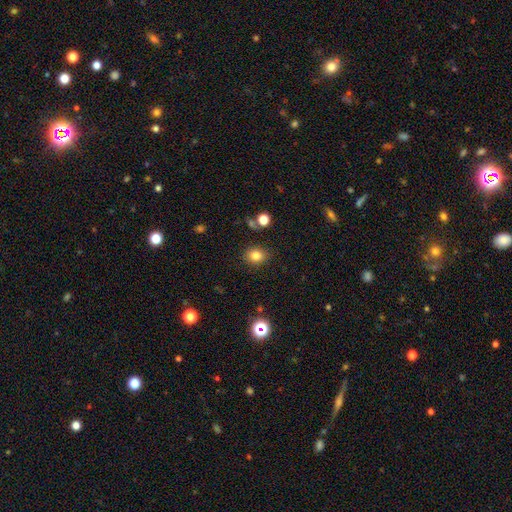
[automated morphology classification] Smooth or featured? Predicted: smooth (p=0.81). How rounded? Predicted: round (p=0.57). Merging? Predicted: none (p=0.85).